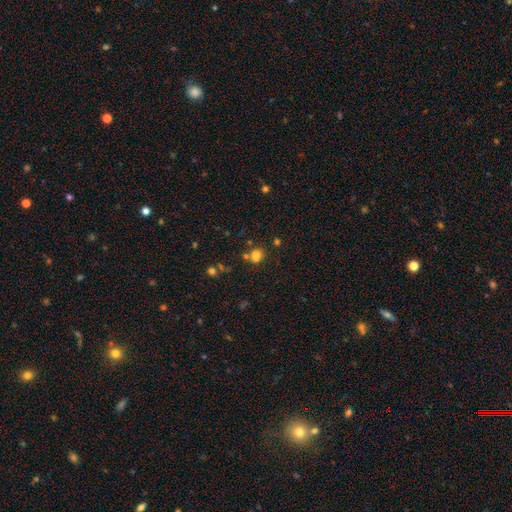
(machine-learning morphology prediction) A smooth galaxy with no disk features (75%) that is round (53%). Merging: none (59%).